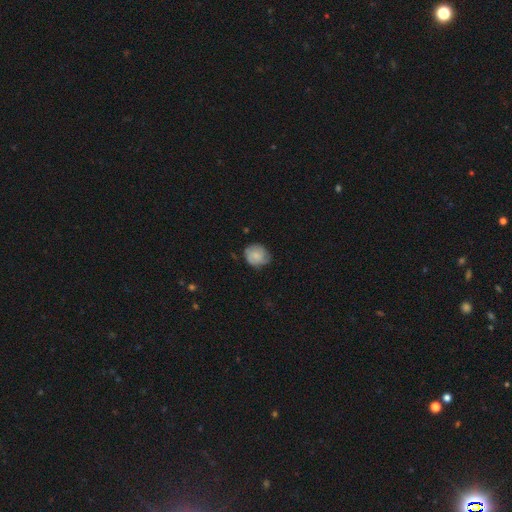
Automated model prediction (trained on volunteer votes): The model was most divided on "merging": none: 69%, minor disturbance: 25%, major disturbance: 5%, merger: 1%. More confident: how rounded — round (74%); smooth or featured — smooth (71%).